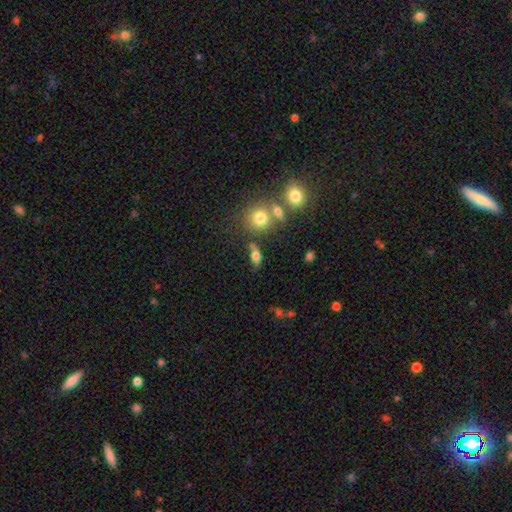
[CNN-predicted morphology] smooth 69%, featured or disk 18%, star or artifact 13%. Down the decision tree: how rounded — in between (71%); merging — none (61%).